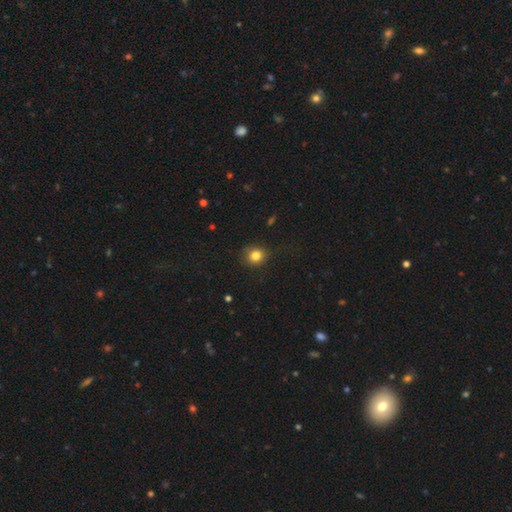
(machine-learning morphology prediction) Smooth or featured?
  - smooth: 82% *
  - star or artifact: 12%
  - featured or disk: 6%
How rounded?
  - round: 78% *
  - in between: 21%
  - cigar-shaped: 1%
Merging?
  - none: 80% *
  - minor disturbance: 15%
  - major disturbance: 4%
  - merger: 1%